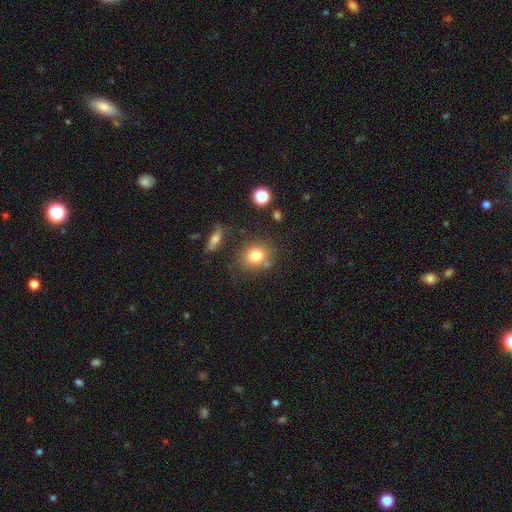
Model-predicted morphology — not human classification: This appears to be a smooth galaxy with no disk features (78%) that is round (71%). Merging: none (74%).